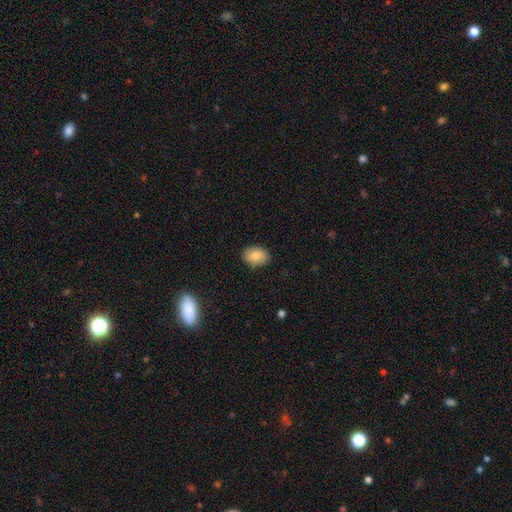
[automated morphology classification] smooth 79%, featured or disk 13%, star or artifact 8%. Down the decision tree: how rounded — in between (75%); merging — none (84%).